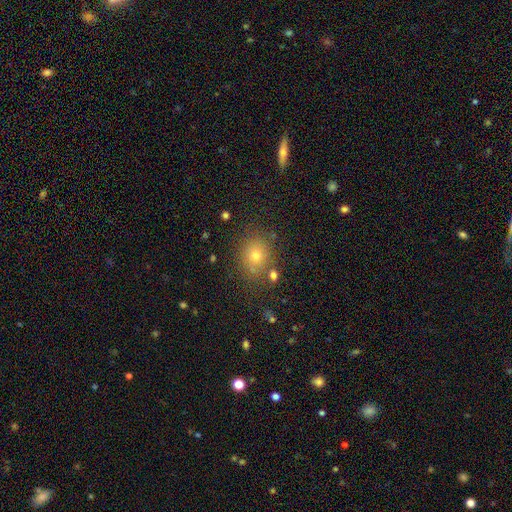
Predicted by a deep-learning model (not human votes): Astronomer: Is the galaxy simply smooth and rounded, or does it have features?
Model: smooth — 69%.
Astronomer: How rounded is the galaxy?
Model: round — 63%.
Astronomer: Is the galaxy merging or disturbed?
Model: none — 80%.